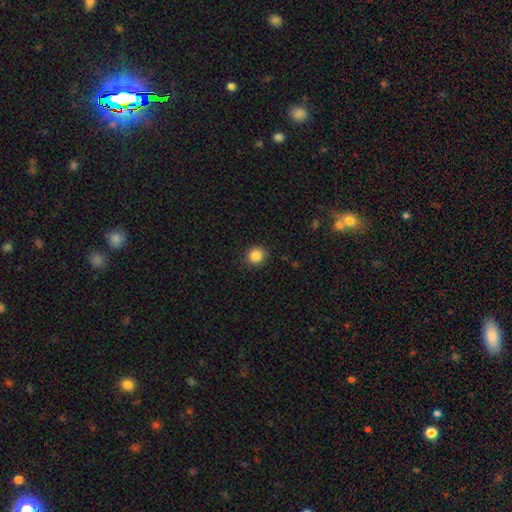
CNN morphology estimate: The model was most divided on "smooth or featured": smooth: 87%, star or artifact: 10%, featured or disk: 4%. More confident: how rounded — round (91%); merging — none (89%).